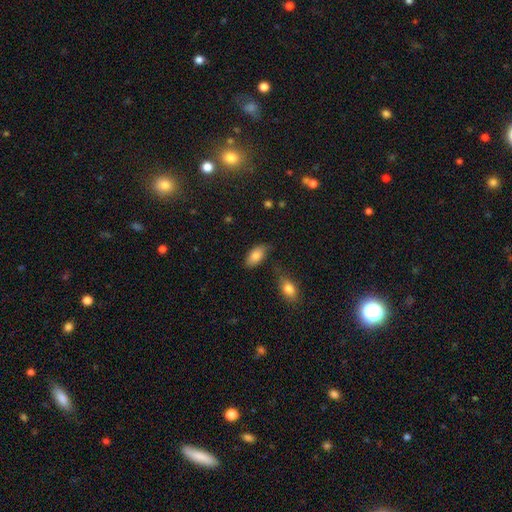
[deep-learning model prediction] This is clearly a smooth galaxy (83%). How rounded: clearly in between (93%). Merging: likely none (72%).